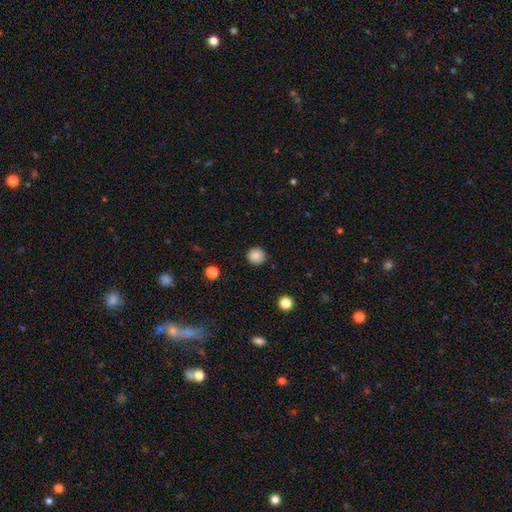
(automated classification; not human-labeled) smooth 87%, star or artifact 10%, featured or disk 3%. Down the decision tree: how rounded — round (95%); merging — none (92%).